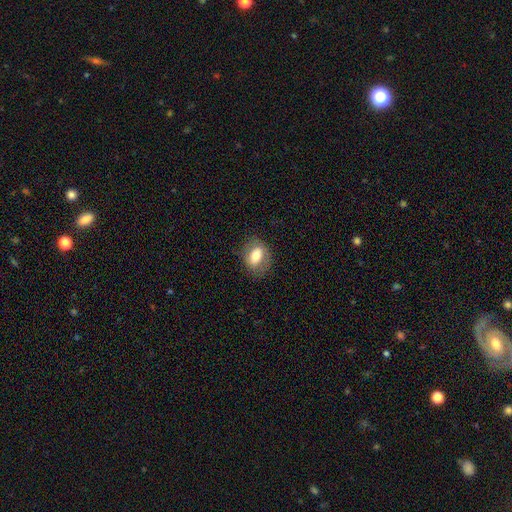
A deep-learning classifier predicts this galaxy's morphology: smooth_or_featured: smooth (p=0.64) [alt: featured or disk p=0.28]
how_rounded: in between (p=0.73) [alt: round p=0.26]
merging: none (p=0.78) [alt: minor disturbance p=0.15]